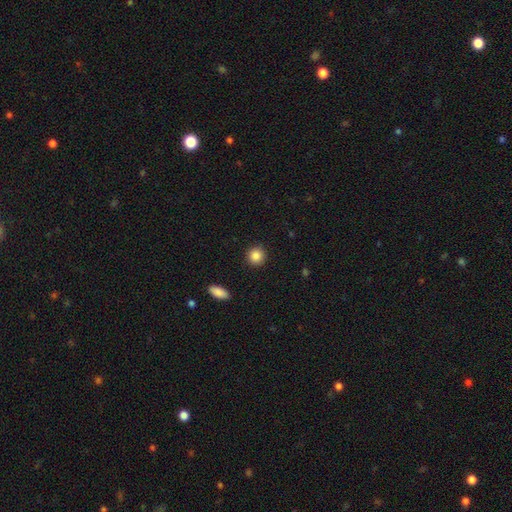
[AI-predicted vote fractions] A smooth galaxy with no disk features (87%) that is round (92%). Merging: none (91%).